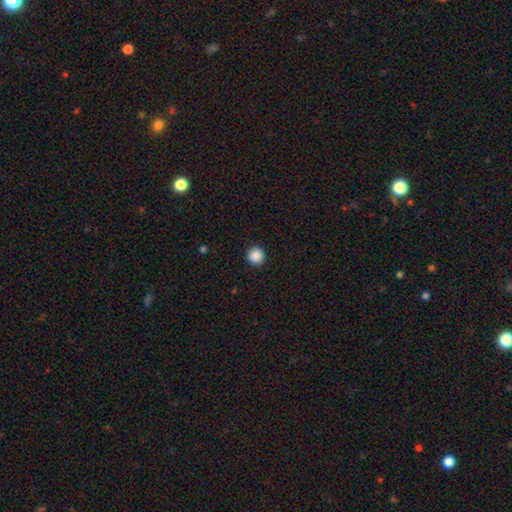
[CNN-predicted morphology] The model was most divided on "smooth or featured": smooth: 88%, star or artifact: 9%, featured or disk: 3%. More confident: how rounded — round (95%); merging — none (92%).